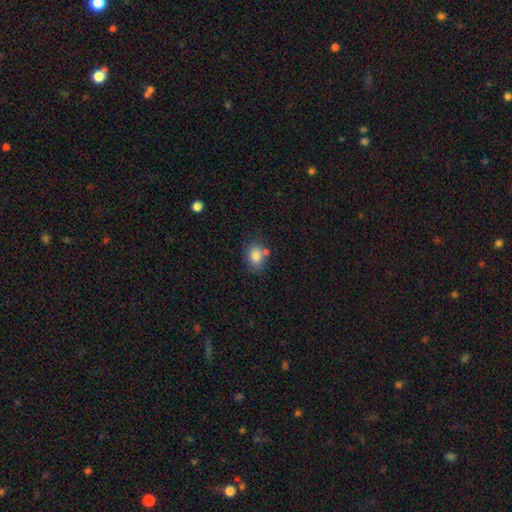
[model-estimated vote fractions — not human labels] The model was most divided on "how rounded": in between: 65%, round: 34%, cigar-shaped: 1%. More confident: smooth or featured — smooth (82%); merging — none (66%).